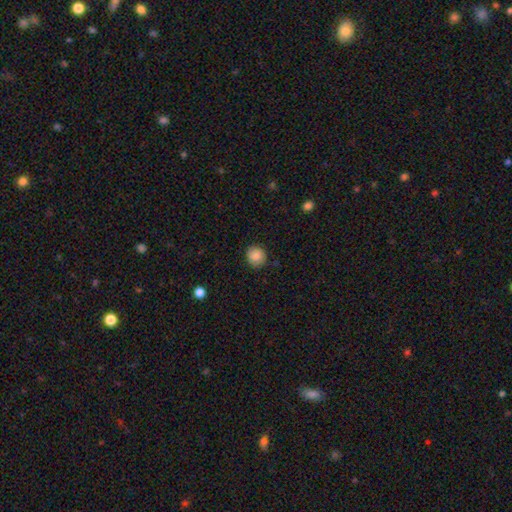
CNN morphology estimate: Overall: smooth (87%). How rounded: round (90%). Merging: none (87%).